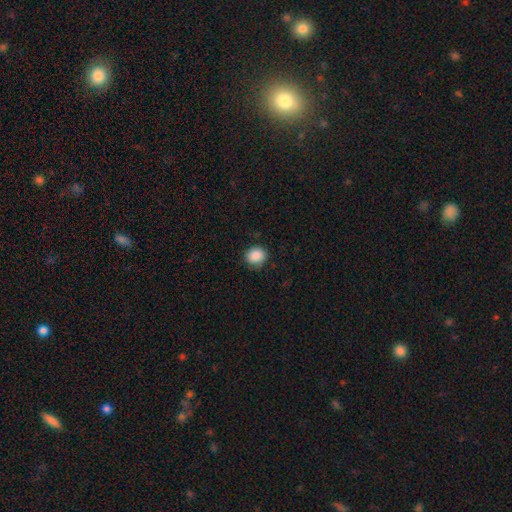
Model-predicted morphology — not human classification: Smooth or featured?
  - smooth: 88% *
  - star or artifact: 8%
  - featured or disk: 3%
How rounded?
  - round: 79% *
  - in between: 20%
  - cigar-shaped: 1%
Merging?
  - none: 83% *
  - minor disturbance: 13%
  - major disturbance: 3%
  - merger: 1%